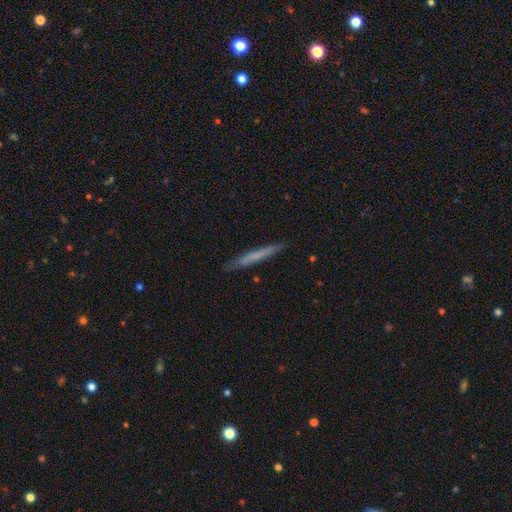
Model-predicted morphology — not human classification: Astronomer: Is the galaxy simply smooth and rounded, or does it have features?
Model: smooth — 61%.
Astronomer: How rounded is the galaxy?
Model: cigar-shaped — 96%.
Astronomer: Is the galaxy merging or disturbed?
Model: none — 88%.